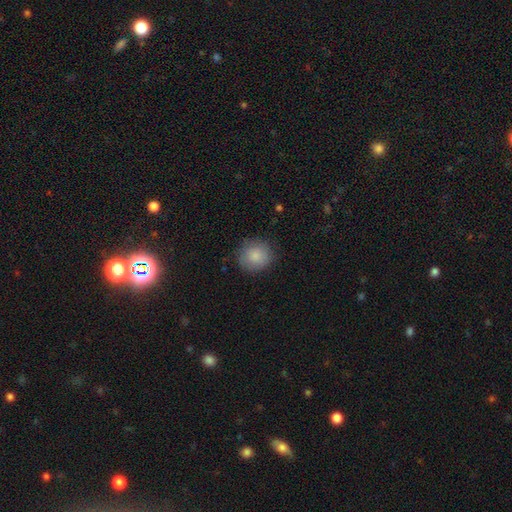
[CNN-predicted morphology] Smooth or featured? Predicted: smooth (p=0.86). How rounded? Predicted: round (p=0.91). Merging? Predicted: none (p=0.84).